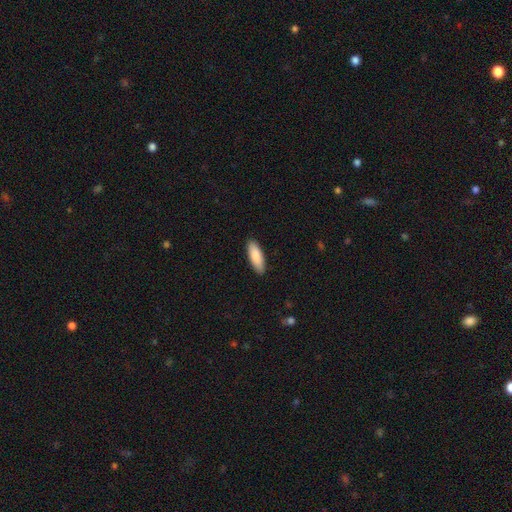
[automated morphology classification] Smooth or featured? smooth (86%)
How rounded? in between (63%)
Merging? none (90%)